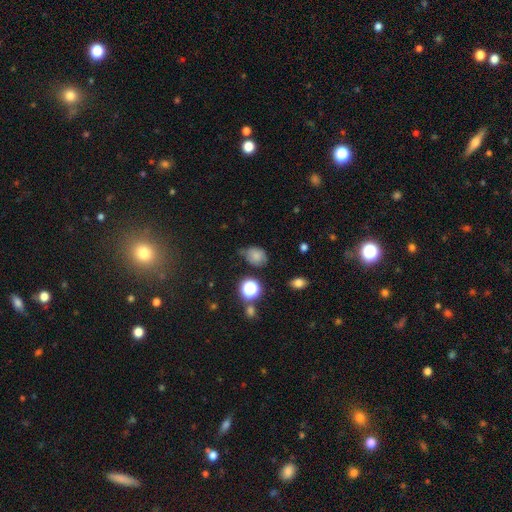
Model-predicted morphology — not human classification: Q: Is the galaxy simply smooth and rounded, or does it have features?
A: smooth — 72%.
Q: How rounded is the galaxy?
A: in between — 53%.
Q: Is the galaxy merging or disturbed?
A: none — 48%.